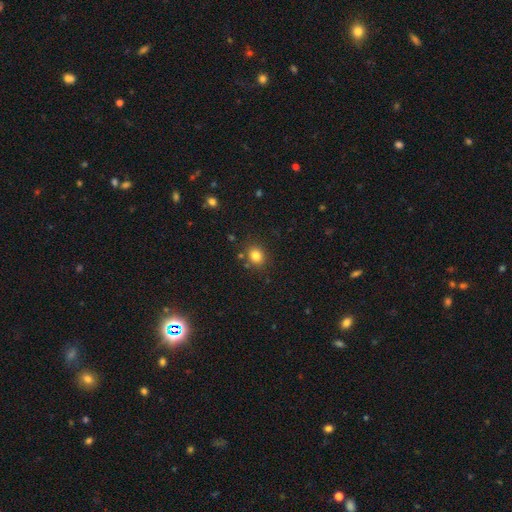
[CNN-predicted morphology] Overall: smooth (82%). How rounded: round (69%; in between 30%). Merging: none (81%).